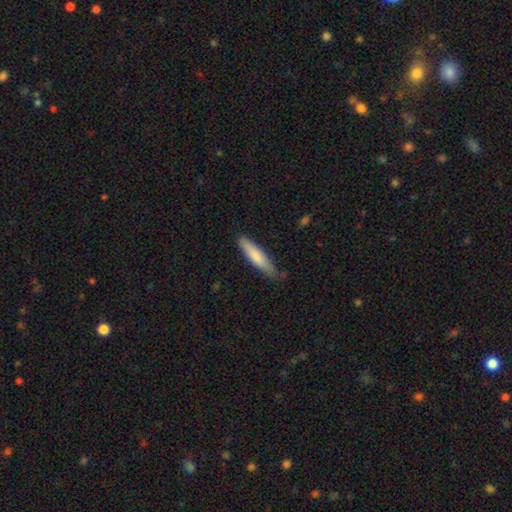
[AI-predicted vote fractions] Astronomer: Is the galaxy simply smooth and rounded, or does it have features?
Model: smooth — 79%.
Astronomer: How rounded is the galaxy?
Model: cigar-shaped — 83%.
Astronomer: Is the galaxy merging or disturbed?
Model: none — 75%.